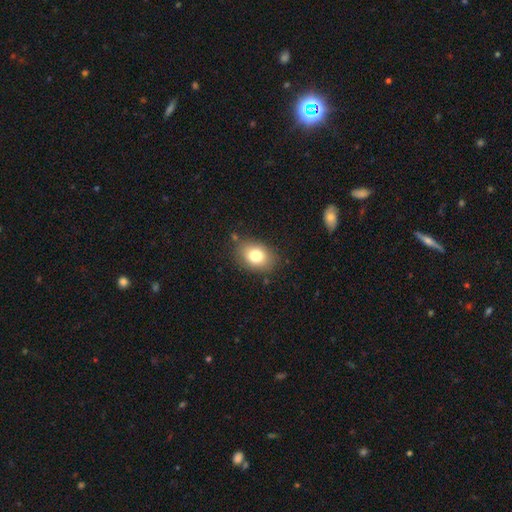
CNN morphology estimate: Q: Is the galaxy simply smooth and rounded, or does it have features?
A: smooth — 79%.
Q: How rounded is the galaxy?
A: in between — 76%.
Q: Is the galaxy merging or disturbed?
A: none — 80%.